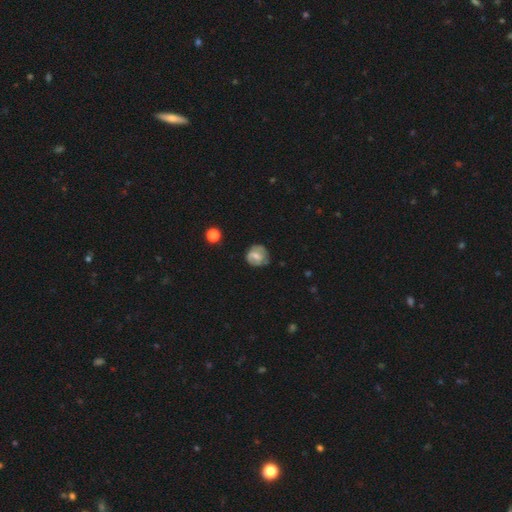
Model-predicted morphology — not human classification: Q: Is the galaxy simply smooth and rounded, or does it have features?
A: smooth — 48%.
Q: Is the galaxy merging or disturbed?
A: none — 66%.